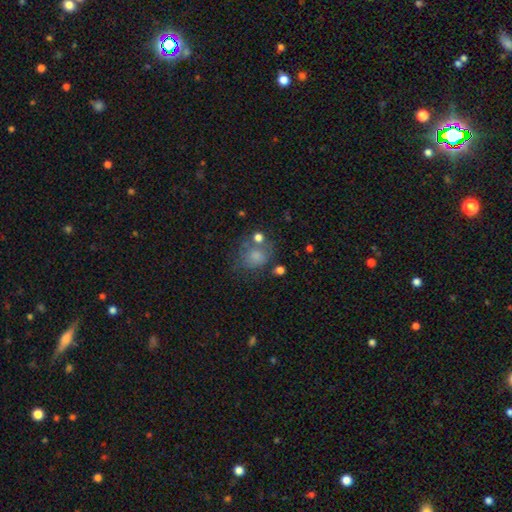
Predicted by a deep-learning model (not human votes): A smooth galaxy with no disk features (72%) that is round (63%). Merging: none (47%).